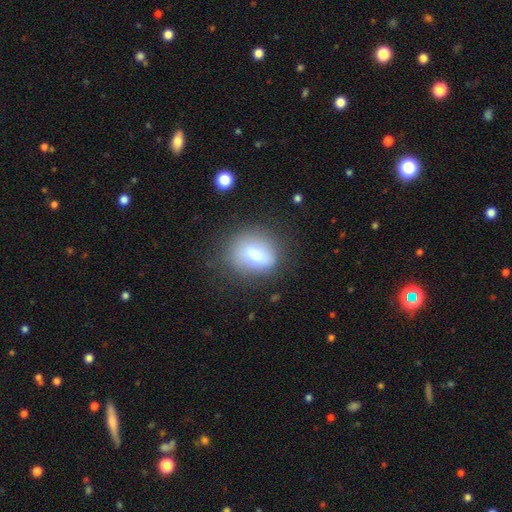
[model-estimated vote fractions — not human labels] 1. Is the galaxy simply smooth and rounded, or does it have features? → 72% smooth, 18% featured or disk, 11% star or artifact.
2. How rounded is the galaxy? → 60% round, 38% in between, 1% cigar-shaped.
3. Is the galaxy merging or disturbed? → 76% none, 16% minor disturbance, 6% major disturbance, 2% merger.